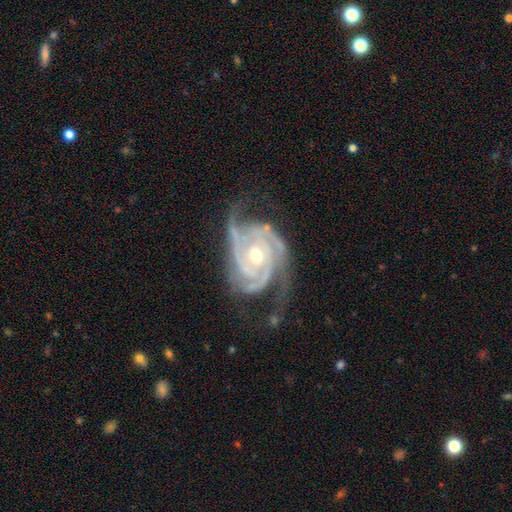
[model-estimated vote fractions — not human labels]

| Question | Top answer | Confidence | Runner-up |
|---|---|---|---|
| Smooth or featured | featured or disk | 94% | star or artifact (4%) |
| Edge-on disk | no | 97% | yes (3%) |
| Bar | no | 64% | weak (26%) |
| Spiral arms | yes | 99% | no (1%) |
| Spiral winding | tight | 67% | medium (28%) |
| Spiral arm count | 3 | 47% | 2 (26%) |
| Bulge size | moderate | 68% | small (26%) |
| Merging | none | 63% | minor disturbance (23%) |